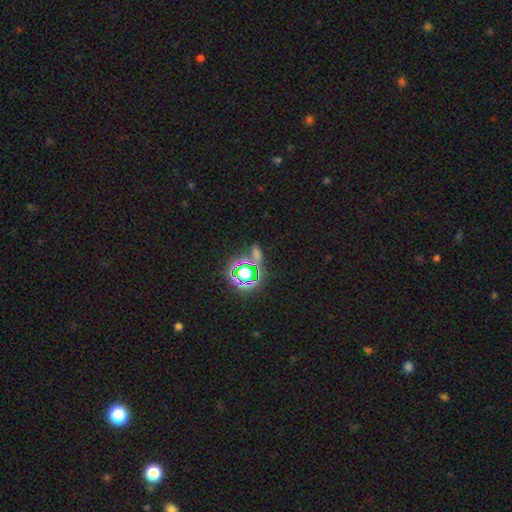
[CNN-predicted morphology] type=star or artifact (69%).